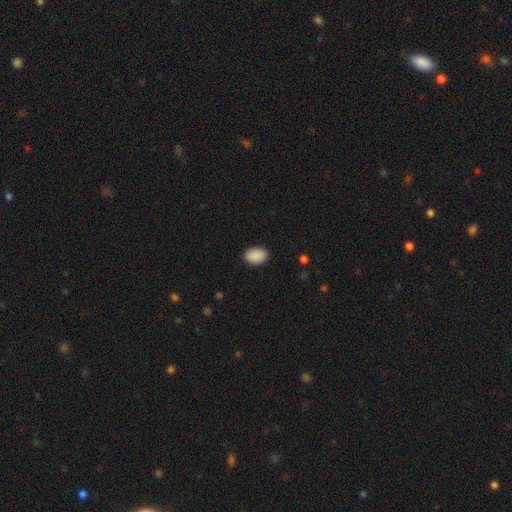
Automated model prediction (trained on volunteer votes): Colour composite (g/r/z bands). It shows a smooth galaxy with no disk features (90%) that is in between round and cigar-shaped (85%). Merging: none (89%).